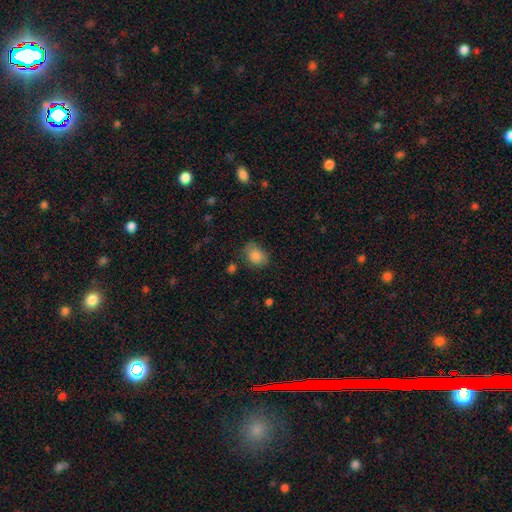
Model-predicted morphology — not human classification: type=smooth (86%); roundness=in between (63%); merging=none (68%).